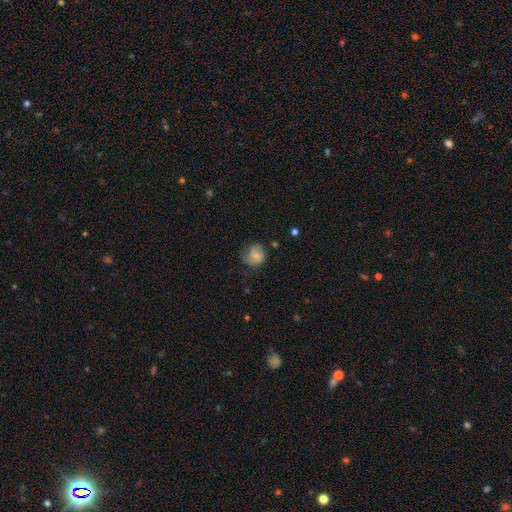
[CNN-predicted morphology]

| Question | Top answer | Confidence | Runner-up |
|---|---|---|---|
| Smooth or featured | smooth | 65% | featured or disk (27%) |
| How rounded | round | 72% | in between (27%) |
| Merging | none | 49% | minor disturbance (31%) |